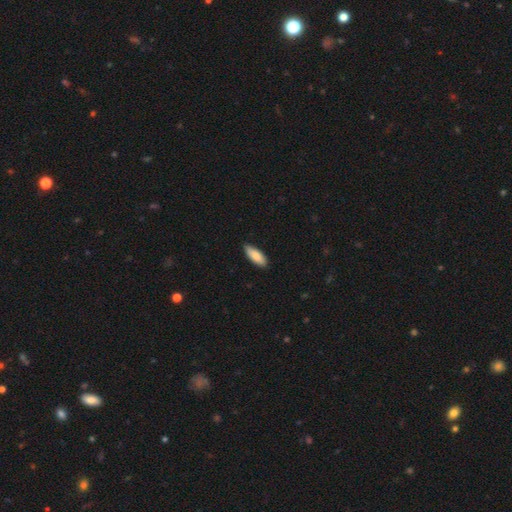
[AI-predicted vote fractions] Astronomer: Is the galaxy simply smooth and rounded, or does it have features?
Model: smooth — 86%.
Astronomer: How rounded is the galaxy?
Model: in between — 74%.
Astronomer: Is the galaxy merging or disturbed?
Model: none — 87%.